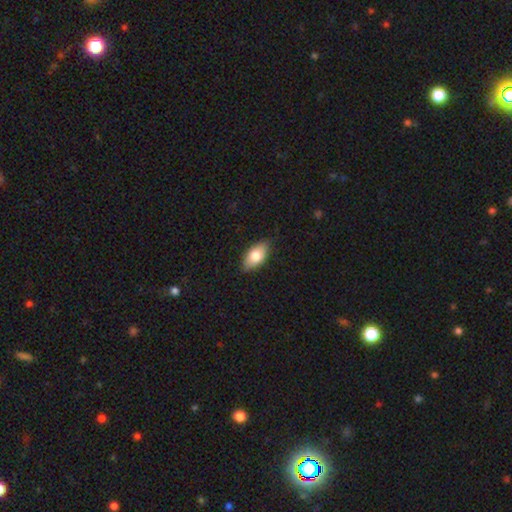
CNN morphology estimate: Smooth or featured: smooth — 77% (featured or disk — 16%)
How rounded: in between — 91% (cigar-shaped — 5%)
Merging: none — 85% (minor disturbance — 12%)